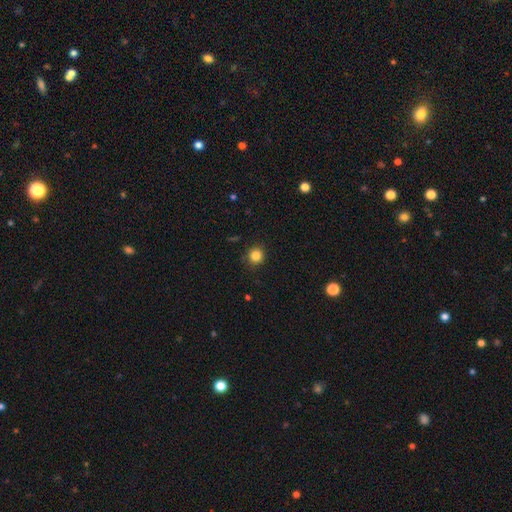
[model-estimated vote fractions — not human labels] smooth_or_featured: smooth (p=0.84) [alt: star or artifact p=0.12]
how_rounded: round (p=0.91) [alt: in between p=0.08]
merging: none (p=0.88) [alt: minor disturbance p=0.09]